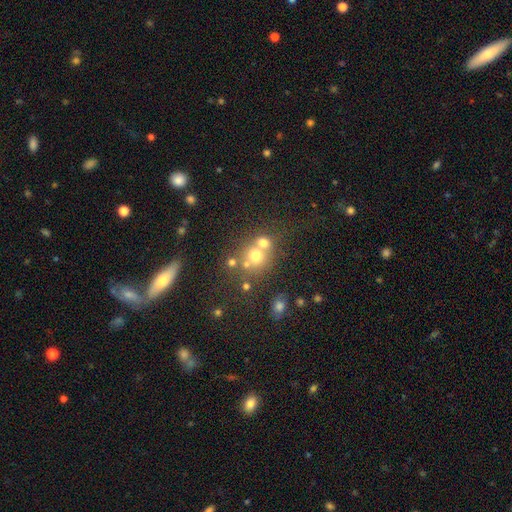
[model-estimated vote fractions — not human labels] Morphology: type=smooth (63%); roundness=round (79%); merging=merger (45%).